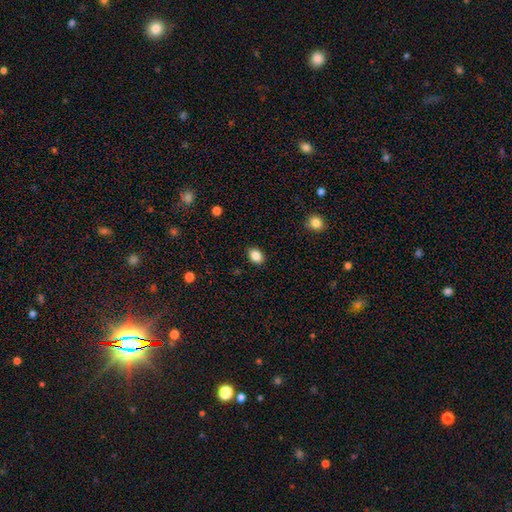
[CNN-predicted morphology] Smooth or featured?
  - smooth: 87% *
  - star or artifact: 9%
  - featured or disk: 4%
How rounded?
  - in between: 76% *
  - round: 23%
  - cigar-shaped: 1%
Merging?
  - none: 88% *
  - minor disturbance: 8%
  - major disturbance: 2%
  - merger: 1%